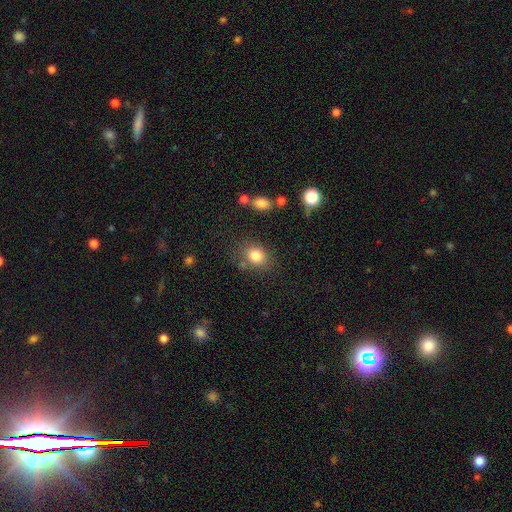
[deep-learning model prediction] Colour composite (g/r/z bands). It shows a smooth galaxy with no disk features (82%) that is in between round and cigar-shaped (51%). Merging: none (72%).